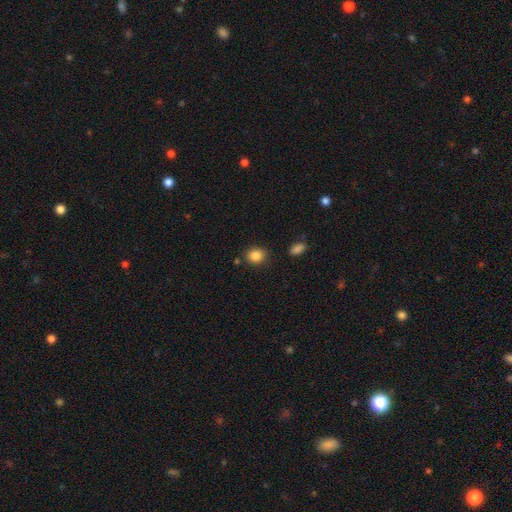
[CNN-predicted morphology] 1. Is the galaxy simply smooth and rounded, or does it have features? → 85% smooth, 10% star or artifact, 6% featured or disk.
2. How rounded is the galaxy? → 60% round, 39% in between, 1% cigar-shaped.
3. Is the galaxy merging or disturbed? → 83% none, 11% minor disturbance, 4% merger, 3% major disturbance.